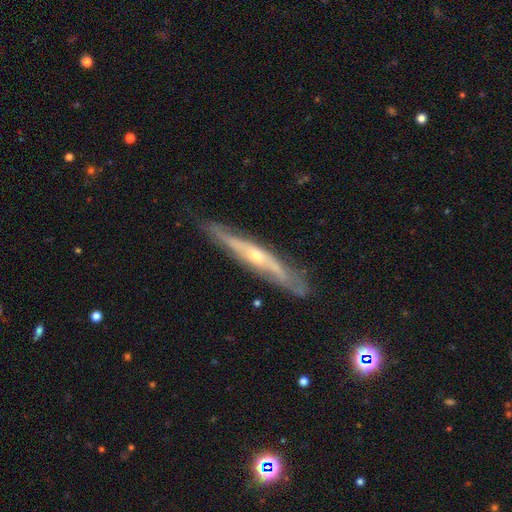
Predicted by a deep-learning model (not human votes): This is likely a featured or disk galaxy (77%). It is likely viewed edge-on (79%). Edge-on bulge: likely rounded (76%). Merging: likely none (78%).